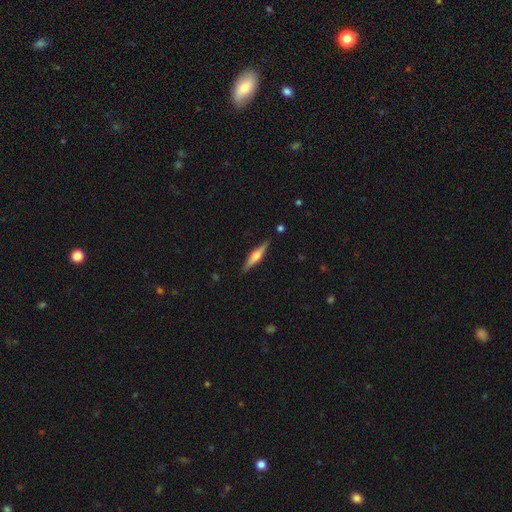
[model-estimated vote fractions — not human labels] The model was most divided on "smooth or featured": featured or disk: 65%, smooth: 29%, star or artifact: 6%. More confident: edge-on disk — yes (97%); merging — none (88%); edge-on bulge — rounded (88%).